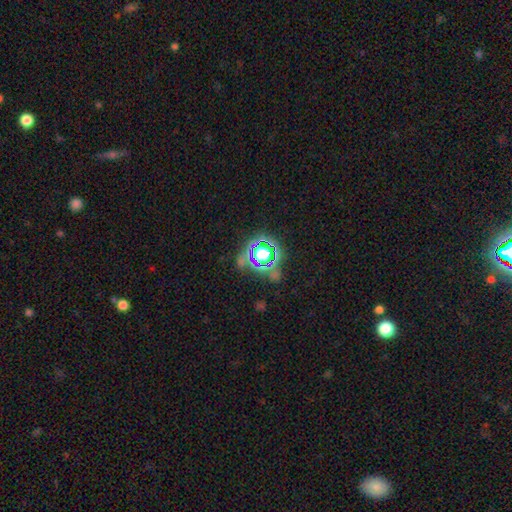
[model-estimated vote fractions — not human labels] smooth-or-featured: star or artifact: 78% | smooth: 14% | featured or disk: 8%